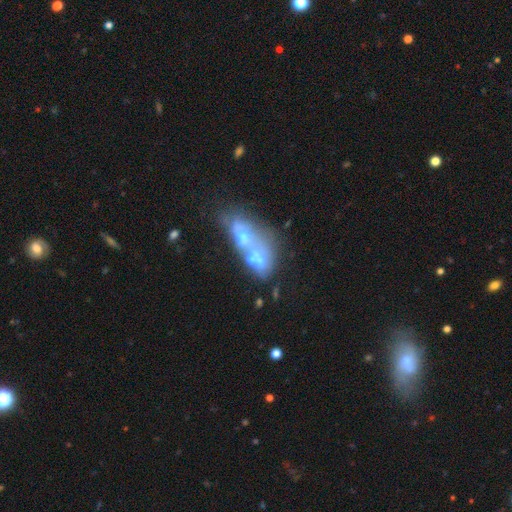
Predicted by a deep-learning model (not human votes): The model was most divided on "smooth or featured": featured or disk: 49%, smooth: 36%, star or artifact: 14%. More confident: merging — merger (67%).